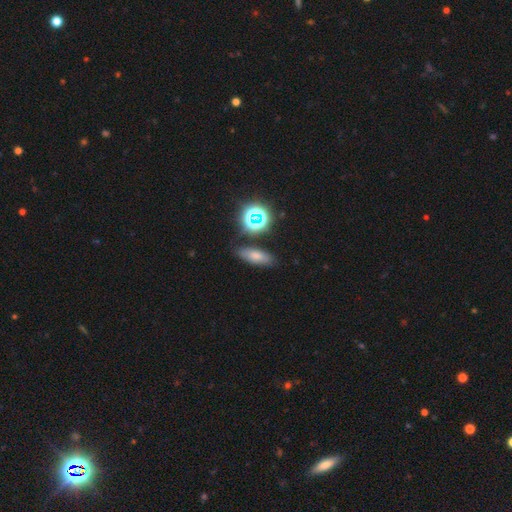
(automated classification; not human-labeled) This is likely a smooth galaxy (65%). How rounded: likely in between (68%). Merging: likely none (79%).